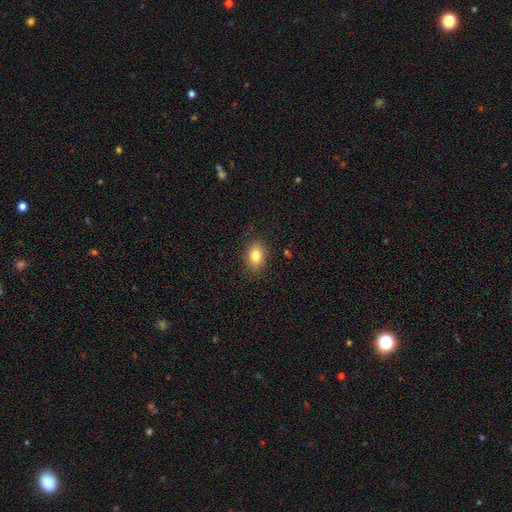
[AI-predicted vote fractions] This appears to be a smooth galaxy with no disk features (82%) that is in between round and cigar-shaped (78%). Merging: none (87%).